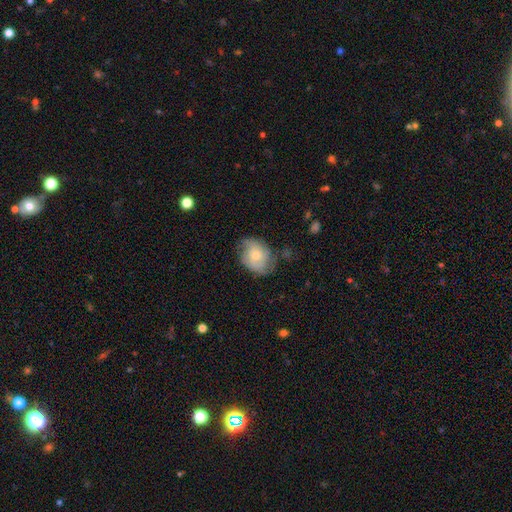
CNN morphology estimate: Smooth or featured?
  - smooth: 51% *
  - featured or disk: 42%
  - star or artifact: 7%
How rounded?
  - in between: 56% *
  - round: 43%
  - cigar-shaped: 1%
Merging?
  - none: 57% *
  - minor disturbance: 31%
  - major disturbance: 11%
  - merger: 2%